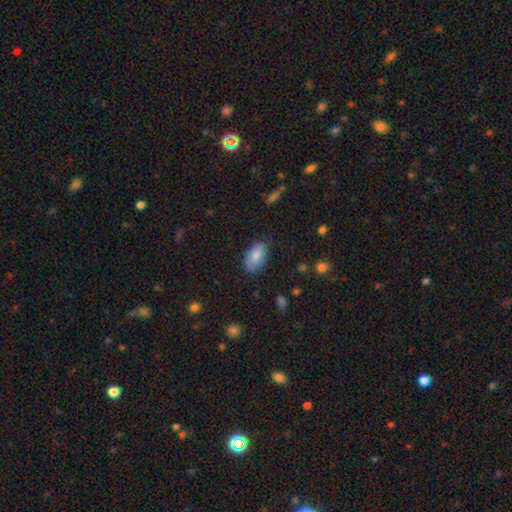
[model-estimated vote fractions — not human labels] This is clearly a smooth galaxy (83%). How rounded: clearly in between (93%). Merging: likely none (73%).